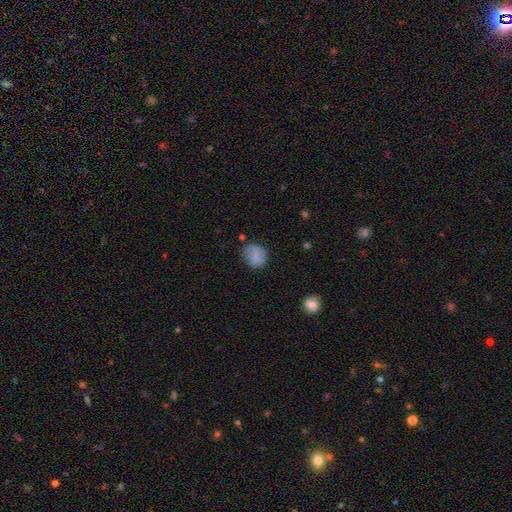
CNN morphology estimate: This appears to be a smooth galaxy with no disk features (81%) that is round (71%). Merging: none (69%).